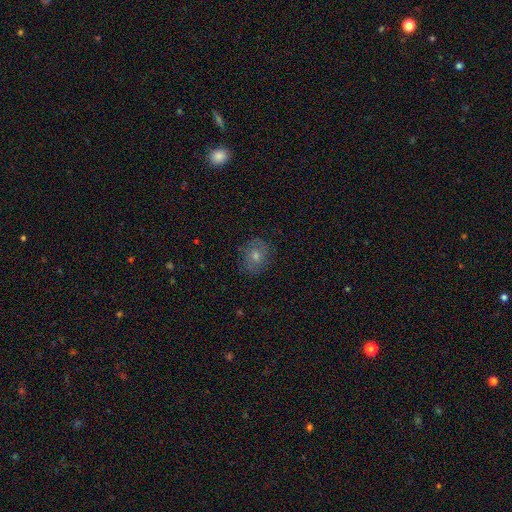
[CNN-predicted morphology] A smooth galaxy with no disk features (41%, tied with featured or disk). Merging: none (82%).